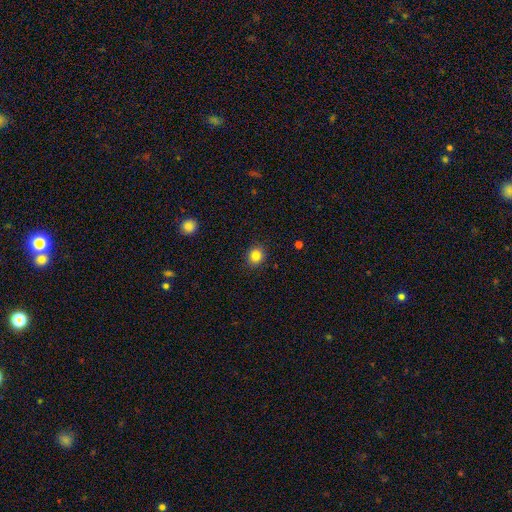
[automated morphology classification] Smooth or featured? smooth (83%)
How rounded? round (78%)
Merging? none (90%)